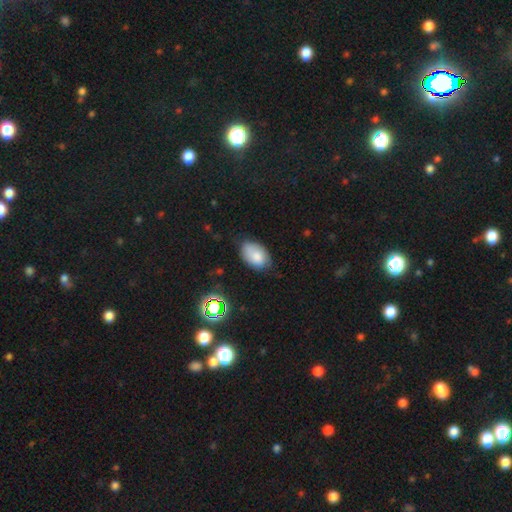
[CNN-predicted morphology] This appears to be a smooth galaxy with no disk features (80%) that is in between round and cigar-shaped (90%). Merging: none (64%).